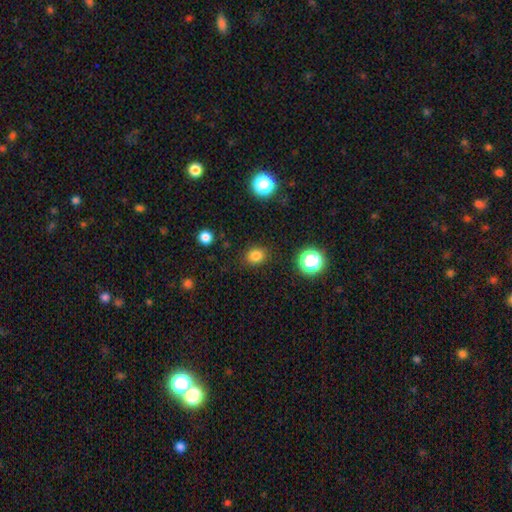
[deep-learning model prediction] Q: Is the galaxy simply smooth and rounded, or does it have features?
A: smooth — 81%.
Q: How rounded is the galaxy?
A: round — 67%.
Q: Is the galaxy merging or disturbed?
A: none — 87%.